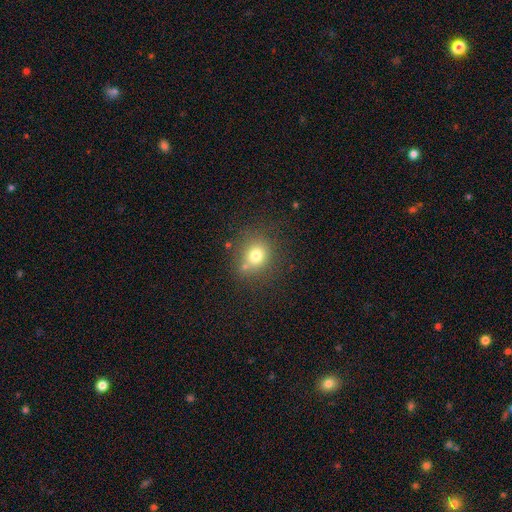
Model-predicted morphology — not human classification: smooth_or_featured: smooth (p=0.75) [alt: star or artifact p=0.15]
how_rounded: round (p=0.79) [alt: in between p=0.20]
merging: none (p=0.72) [alt: minor disturbance p=0.13]